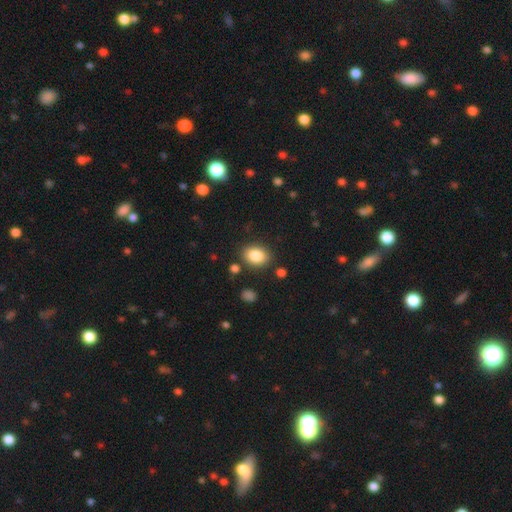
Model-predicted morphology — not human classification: This is clearly a smooth galaxy (85%). How rounded: likely in between (70%). Merging: clearly none (83%).